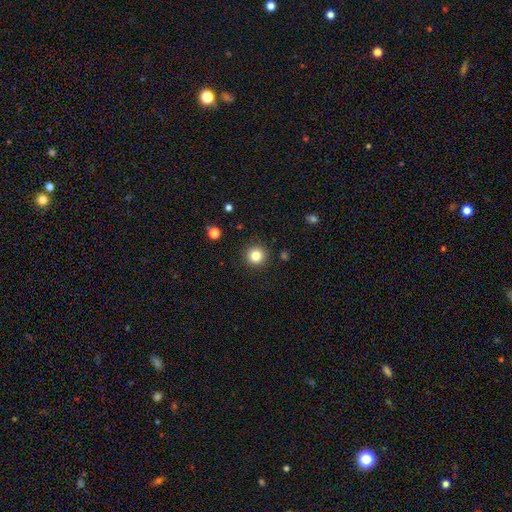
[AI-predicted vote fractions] Overall: smooth (83%). How rounded: round (95%). Merging: none (91%).